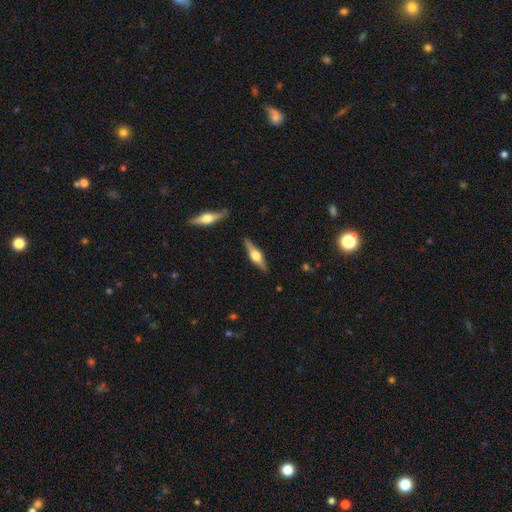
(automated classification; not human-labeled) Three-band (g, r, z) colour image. It shows a featured or disk galaxy (71%) viewed edge-on (96%) with a rounded central bulge (93%). Merging: none (88%).